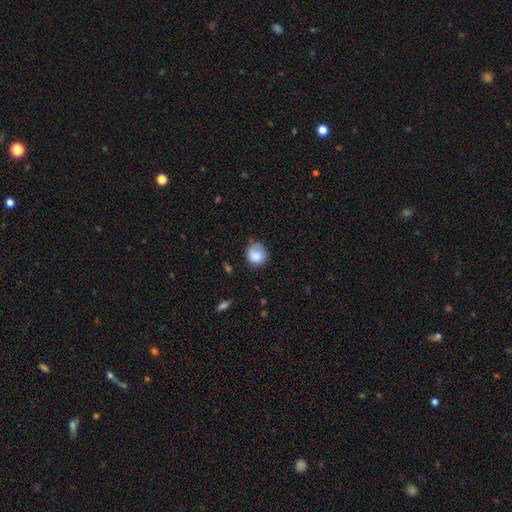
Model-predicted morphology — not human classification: Smooth or featured?
  - smooth: 80% *
  - featured or disk: 12%
  - star or artifact: 7%
How rounded?
  - round: 81% *
  - in between: 19%
  - cigar-shaped: 1%
Merging?
  - none: 61% *
  - minor disturbance: 28%
  - major disturbance: 9%
  - merger: 2%